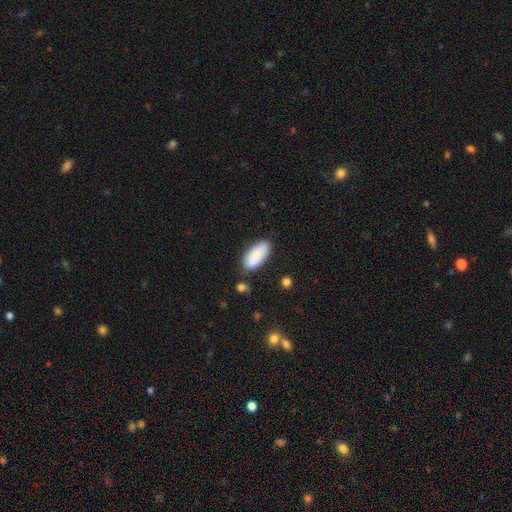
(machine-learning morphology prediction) This appears to be a smooth galaxy with no disk features (85%) that is in between round and cigar-shaped (89%). Merging: none (82%).